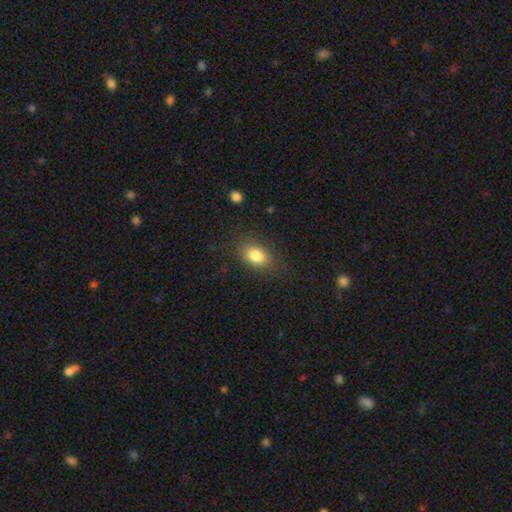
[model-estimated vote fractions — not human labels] Smooth or featured? smooth (83%)
How rounded? in between (82%)
Merging? none (80%)